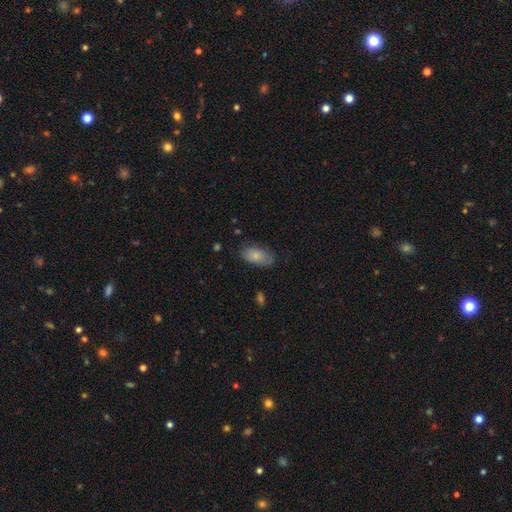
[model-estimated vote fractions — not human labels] This is clearly a smooth galaxy (83%). How rounded: clearly in between (93%). Merging: likely none (72%).